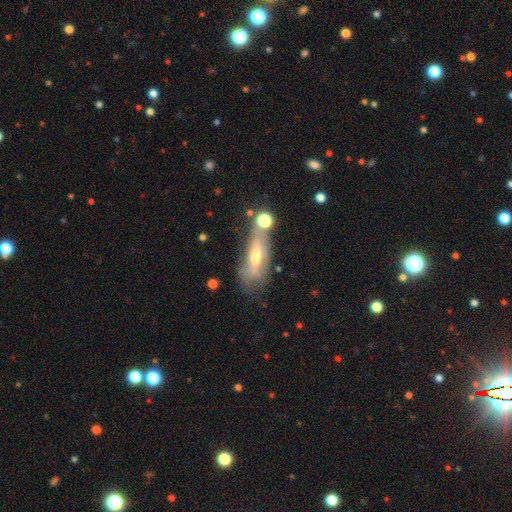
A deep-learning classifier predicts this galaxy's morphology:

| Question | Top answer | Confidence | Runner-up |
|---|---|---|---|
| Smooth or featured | featured or disk | 55% | smooth (36%) |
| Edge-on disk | no | 71% | yes (29%) |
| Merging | none | 36% | minor disturbance (25%) |